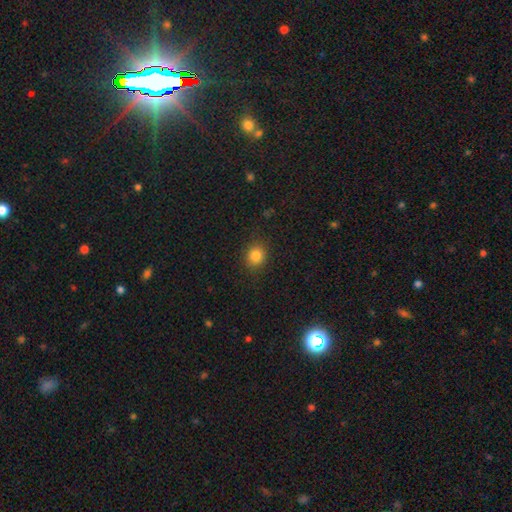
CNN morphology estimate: This is clearly a smooth galaxy (84%). How rounded: likely round (78%). Merging: clearly none (87%).